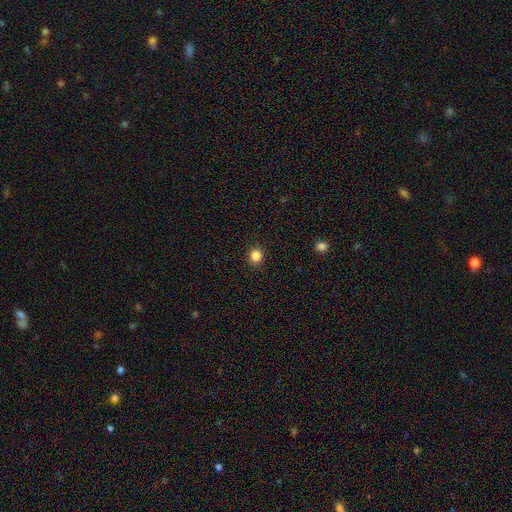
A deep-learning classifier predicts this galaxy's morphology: Overall: smooth (85%). How rounded: round (90%). Merging: none (92%).